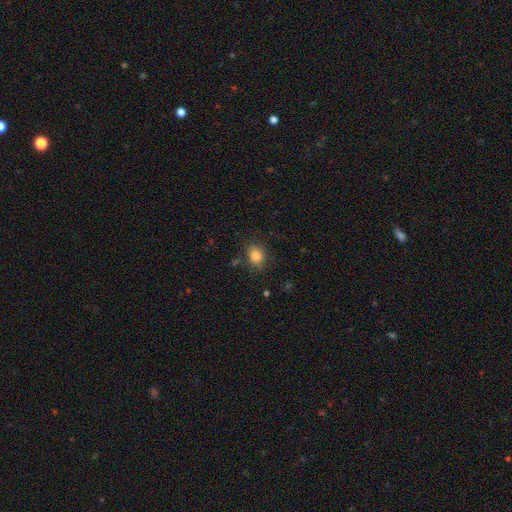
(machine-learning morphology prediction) This is clearly a smooth galaxy (83%). How rounded: possibly round (53%). Merging: clearly none (81%).